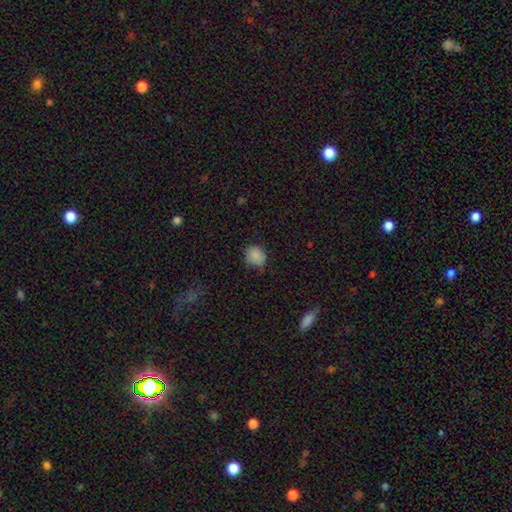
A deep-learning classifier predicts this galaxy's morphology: Smooth or featured? smooth (86%)
How rounded? round (75%)
Merging? none (77%)